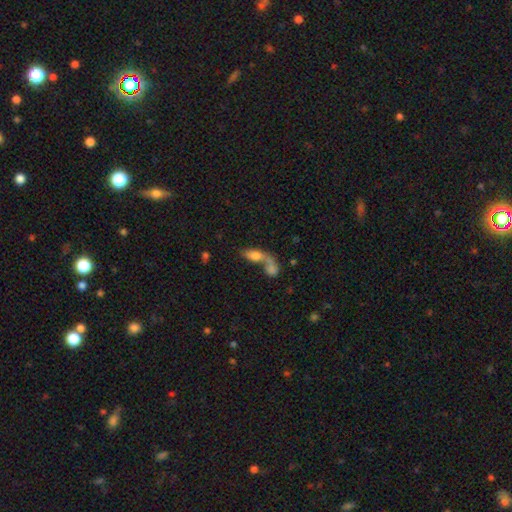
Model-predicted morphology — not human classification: smooth 71%, featured or disk 20%, star or artifact 9%. Down the decision tree: how rounded — in between (77%); merging — merger (64%).